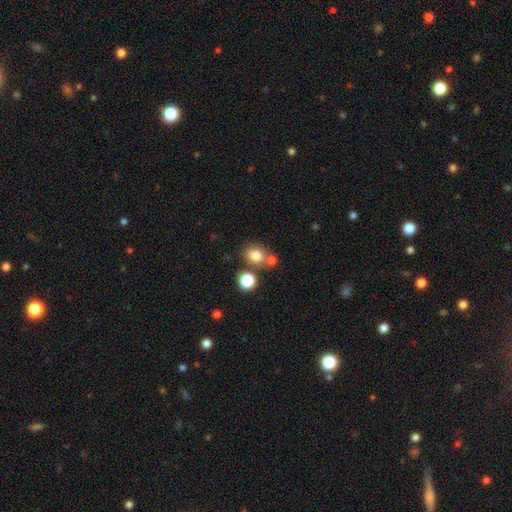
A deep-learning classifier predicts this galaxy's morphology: The model was most divided on "how rounded": round: 65%, in between: 34%, cigar-shaped: 1%. More confident: smooth or featured — smooth (79%); merging — none (64%).